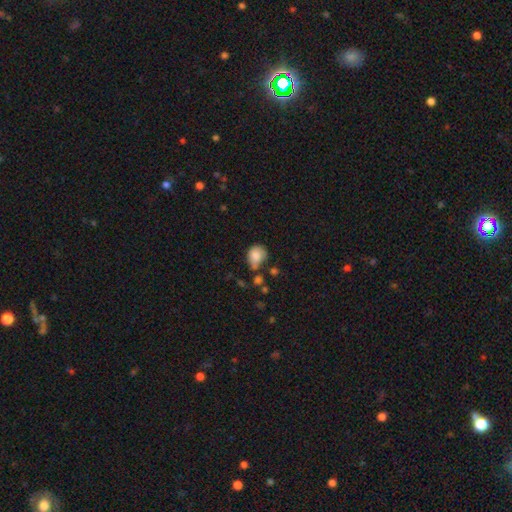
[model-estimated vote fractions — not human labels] A smooth galaxy with no disk features (80%) that is round (58%).

Vote fractions:
- Smooth or featured? smooth: 80% / featured or disk: 11% / star or artifact: 9%
- How rounded? round: 58% / in between: 41% / cigar-shaped: 1%
- Merging? none: 44% / minor disturbance: 33% / major disturbance: 12% / merger: 11%